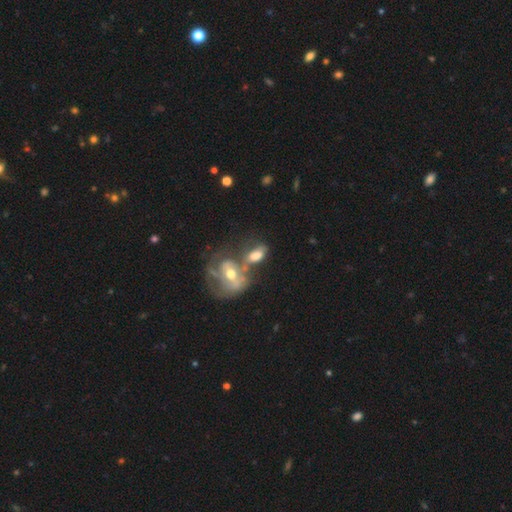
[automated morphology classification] The model was most divided on "smooth or featured": smooth: 49%, featured or disk: 42%, star or artifact: 9%. Remaining: merging — merger (49%).